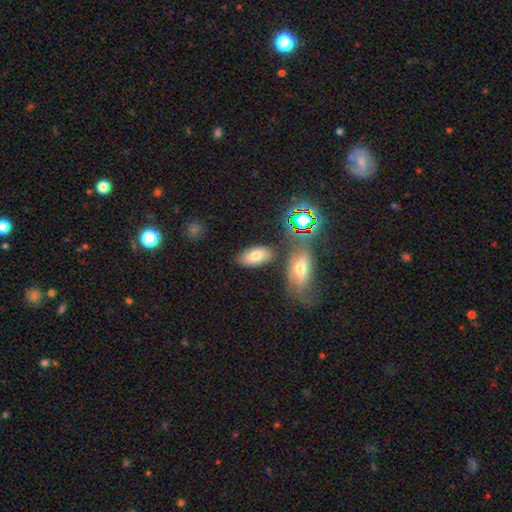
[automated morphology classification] The model was most divided on "smooth or featured": smooth: 71%, featured or disk: 14%, star or artifact: 14%. More confident: how rounded — in between (91%); merging — none (77%).